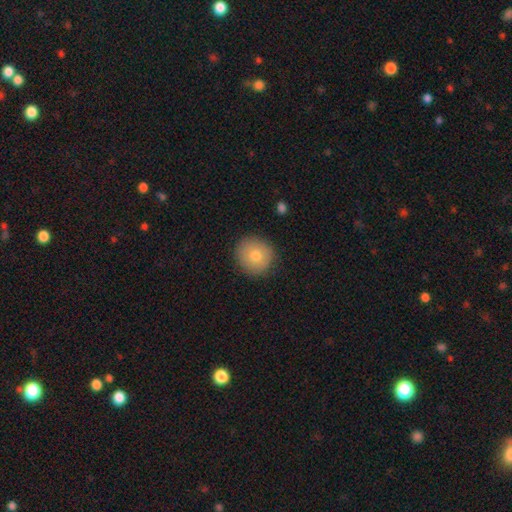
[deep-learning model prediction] This is likely a smooth galaxy (75%). How rounded: clearly round (92%). Merging: clearly none (89%).